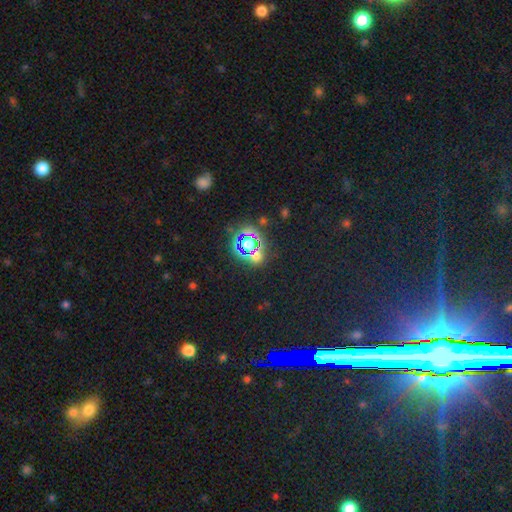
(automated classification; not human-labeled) Smooth or featured?
  - star or artifact: 63% *
  - smooth: 27%
  - featured or disk: 10%